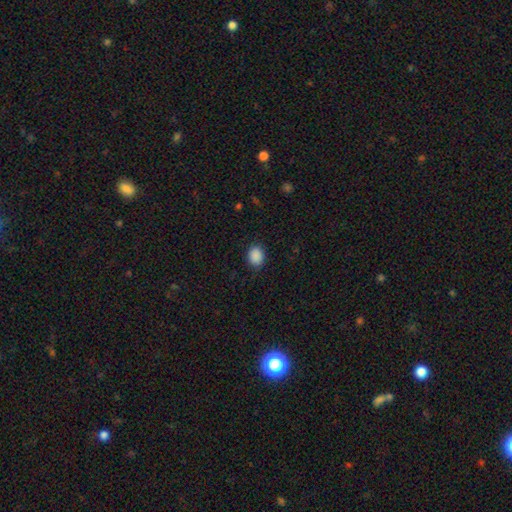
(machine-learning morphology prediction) smooth 89%, star or artifact 8%, featured or disk 3%. Down the decision tree: how rounded — in between (51%); merging — none (85%).